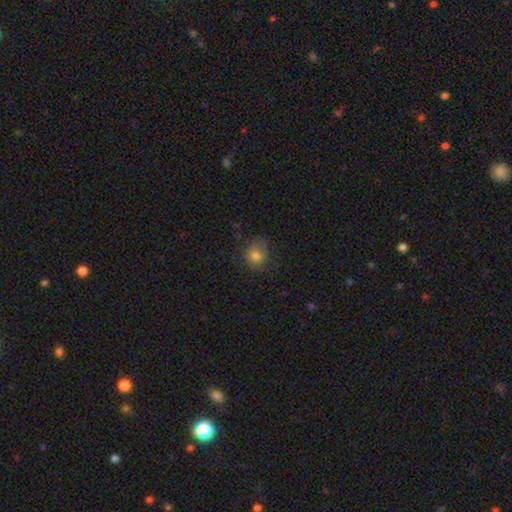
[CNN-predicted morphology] A smooth galaxy with no disk features (77%) that is round (76%).

Vote fractions:
- Smooth or featured? smooth: 77% / featured or disk: 12% / star or artifact: 11%
- How rounded? round: 76% / in between: 23% / cigar-shaped: 1%
- Merging? none: 63% / minor disturbance: 22% / major disturbance: 13% / merger: 1%